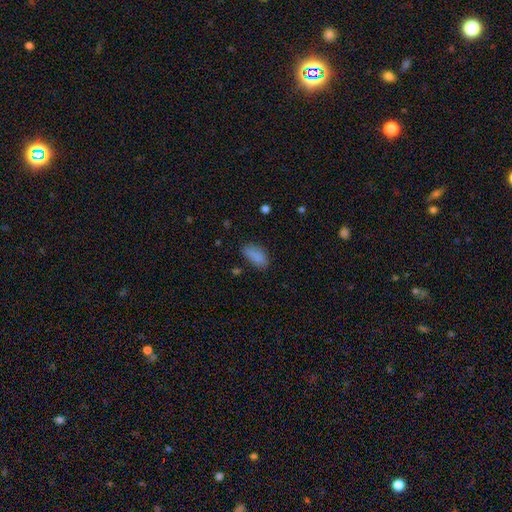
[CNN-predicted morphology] This is clearly a smooth galaxy (87%). How rounded: clearly in between (89%). Merging: likely none (77%).